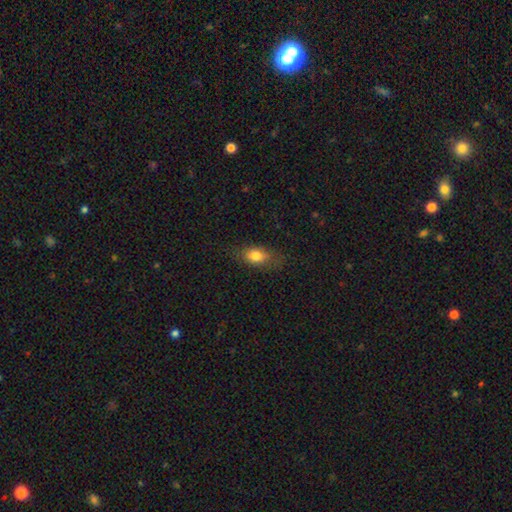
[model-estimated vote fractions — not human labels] Smooth or featured?
  - smooth: 78% *
  - featured or disk: 12%
  - star or artifact: 9%
How rounded?
  - in between: 77% *
  - round: 17%
  - cigar-shaped: 7%
Merging?
  - none: 73% *
  - minor disturbance: 19%
  - major disturbance: 7%
  - merger: 1%